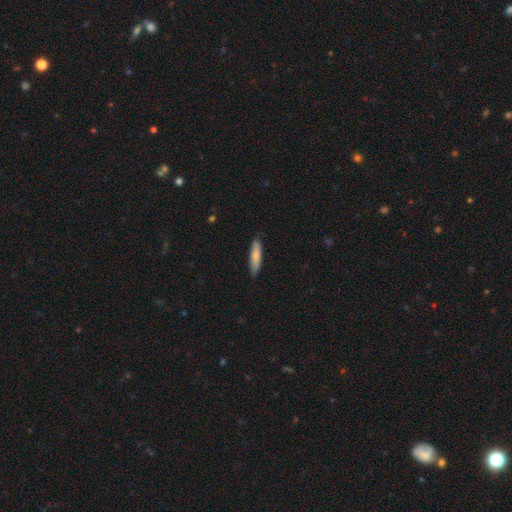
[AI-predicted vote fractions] A smooth galaxy with no disk features (78%) that is cigar-shaped (80%).

Vote fractions:
- Smooth or featured? smooth: 78% / featured or disk: 17% / star or artifact: 5%
- How rounded? cigar-shaped: 80% / in between: 18% / round: 1%
- Merging? none: 84% / minor disturbance: 13% / major disturbance: 2% / merger: 1%